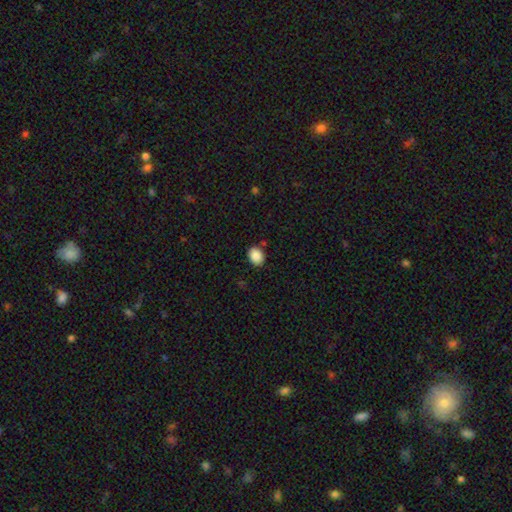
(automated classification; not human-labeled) smooth 89%, star or artifact 8%, featured or disk 3%. Down the decision tree: how rounded — in between (56%); merging — none (84%).